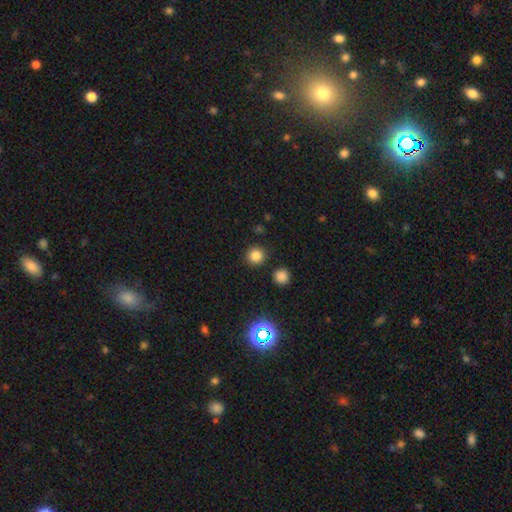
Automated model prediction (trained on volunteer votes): smooth 81%, star or artifact 15%, featured or disk 4%. Down the decision tree: how rounded — round (94%); merging — none (89%).